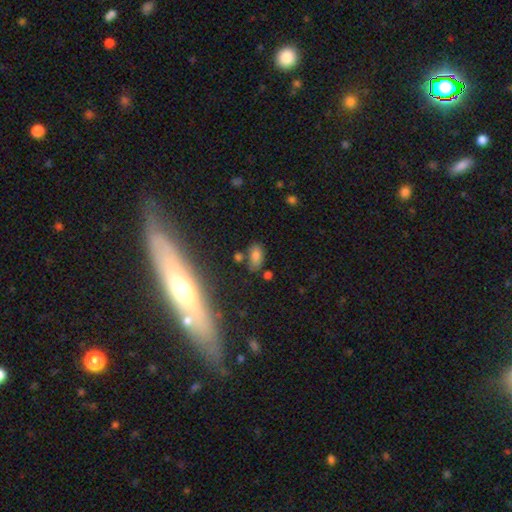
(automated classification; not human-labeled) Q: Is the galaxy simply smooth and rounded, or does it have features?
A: smooth — 71%.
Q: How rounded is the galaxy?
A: in between — 89%.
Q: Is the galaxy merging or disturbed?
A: none — 70%.